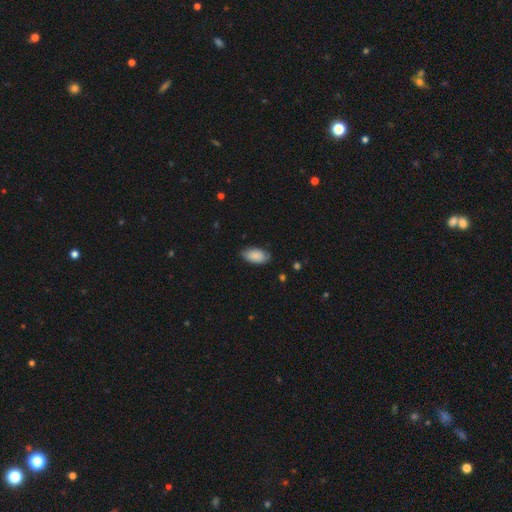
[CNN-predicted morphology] smooth-or-featured: smooth: 83% | featured or disk: 11% | star or artifact: 7%
  how-rounded: in between: 94% | cigar-shaped: 3% | round: 3%
  merging: none: 73% | minor disturbance: 22% | major disturbance: 4% | merger: 1%